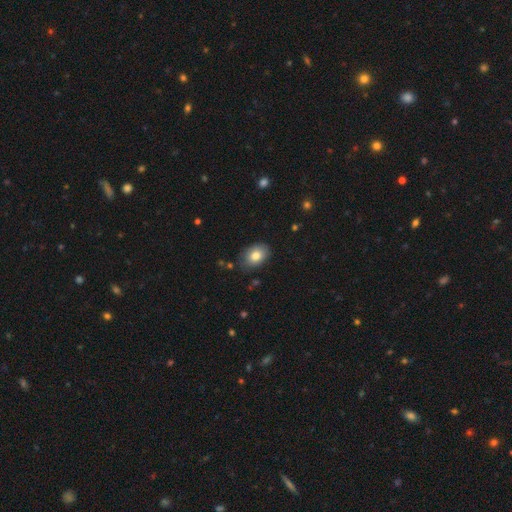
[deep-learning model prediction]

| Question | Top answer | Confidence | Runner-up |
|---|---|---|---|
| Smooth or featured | smooth | 81% | featured or disk (11%) |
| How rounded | in between | 80% | round (19%) |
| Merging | none | 82% | minor disturbance (14%) |